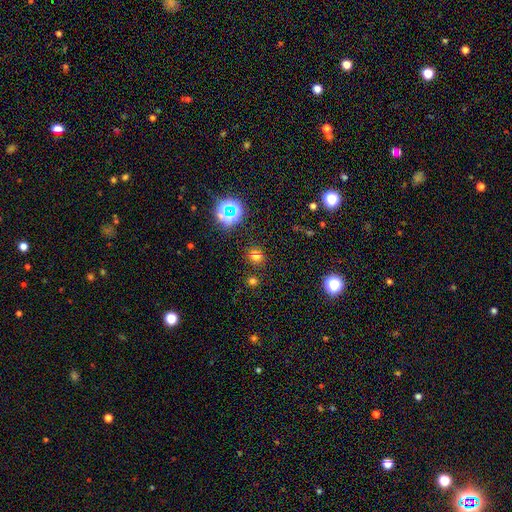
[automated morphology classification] Smooth or featured? Predicted: smooth (p=0.69). How rounded? Predicted: round (p=0.85). Merging? Predicted: none (p=0.86).